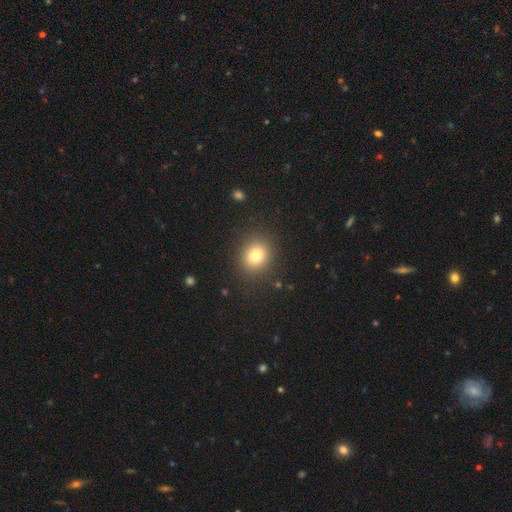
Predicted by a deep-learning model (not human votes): The model was most divided on "how rounded": round: 75%, in between: 24%, cigar-shaped: 1%. More confident: merging — none (87%); smooth or featured — smooth (79%).